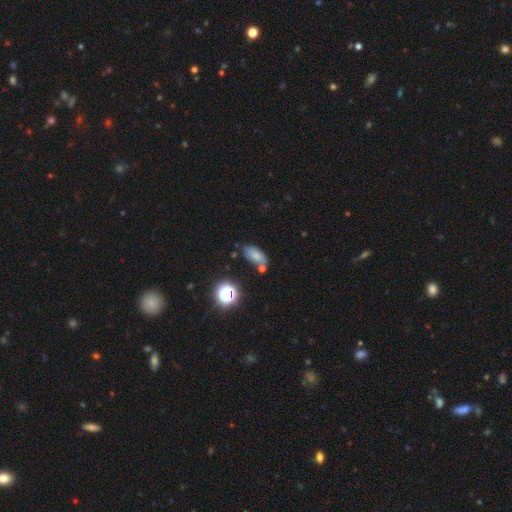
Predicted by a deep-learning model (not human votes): Morphology: type=smooth (72%); roundness=in between (87%); merging=none (60%).